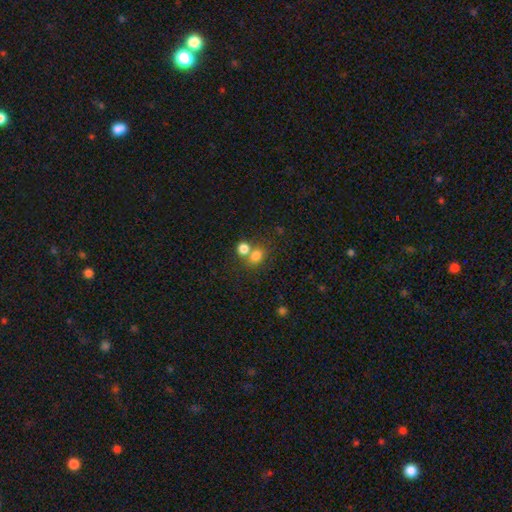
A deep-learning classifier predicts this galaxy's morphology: smooth-or-featured: smooth: 77% | star or artifact: 14% | featured or disk: 9%
  how-rounded: round: 57% | in between: 42% | cigar-shaped: 1%
  merging: none: 47% | merger: 40% | minor disturbance: 9% | major disturbance: 4%